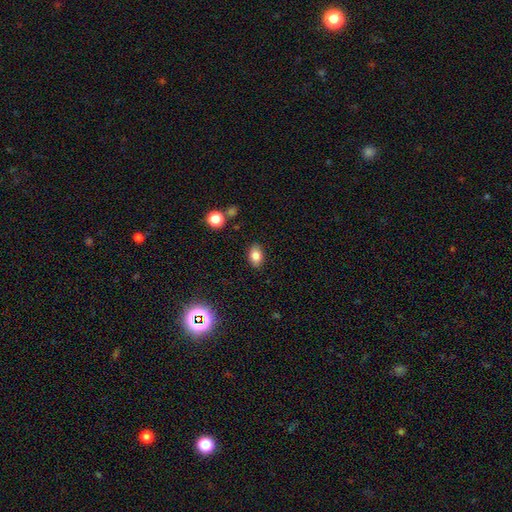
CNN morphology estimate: type=smooth (80%); roundness=in between (82%); merging=none (85%).